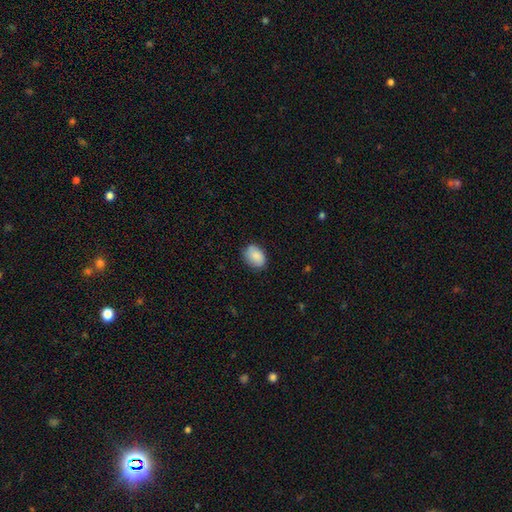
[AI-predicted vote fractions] A smooth galaxy with no disk features (87%) that is in between round and cigar-shaped (79%).

Vote fractions:
- Smooth or featured? smooth: 87% / star or artifact: 7% / featured or disk: 6%
- How rounded? in between: 79% / round: 20% / cigar-shaped: 1%
- Merging? none: 82% / minor disturbance: 14% / major disturbance: 3% / merger: 1%